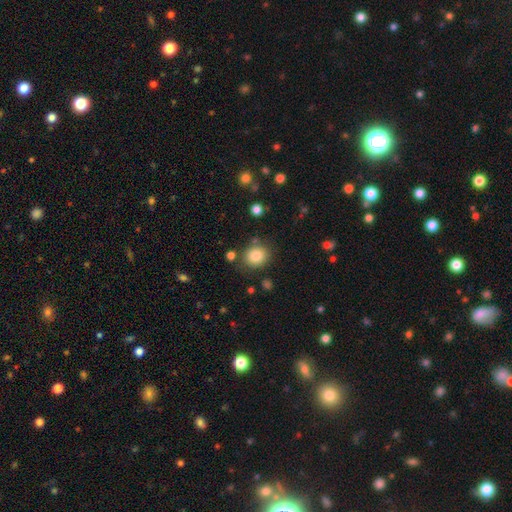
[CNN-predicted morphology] Overall: smooth (84%). How rounded: round (75%). Merging: none (81%).